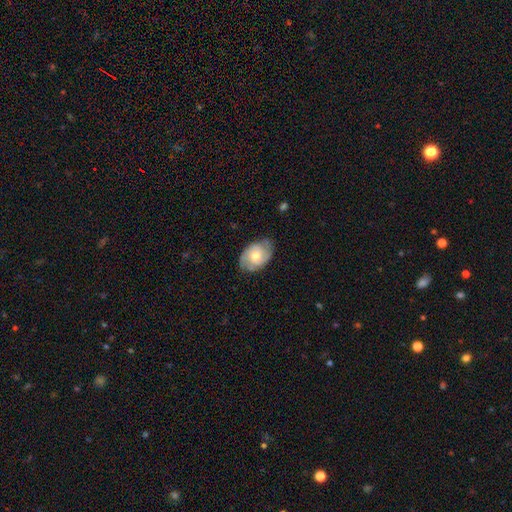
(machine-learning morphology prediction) featured or disk 61%, smooth 33%, star or artifact 6%. Down the decision tree: edge-on disk — no (96%); bar — no (67%); spiral arms — yes (88%); spiral arm count — 2 (65%); spiral winding — tight (43%); bulge size — moderate (59%); merging — none (74%).